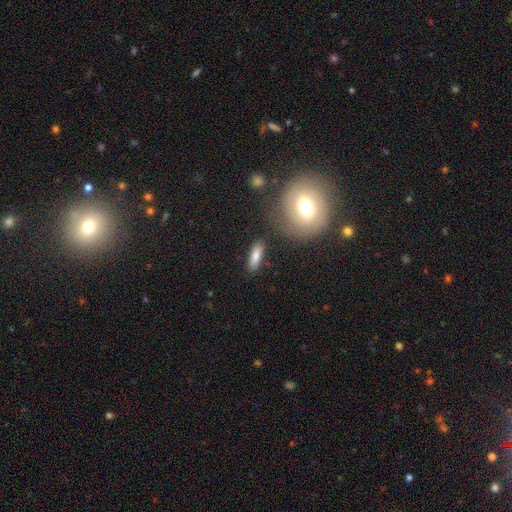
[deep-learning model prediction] The model was most divided on "how rounded" (2-way tie): in between: 48%, cigar-shaped: 48%, round: 4%. More confident: smooth or featured — smooth (78%); merging — none (78%).